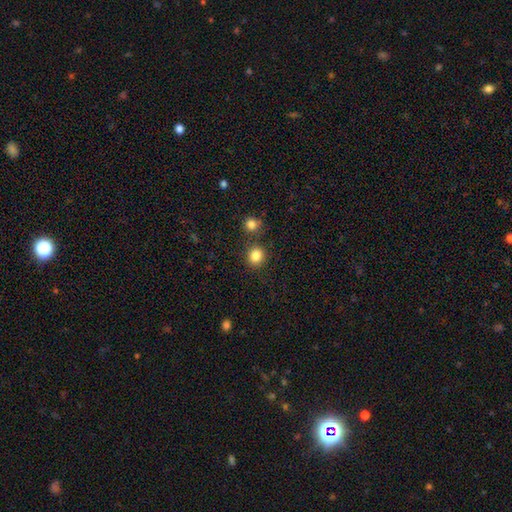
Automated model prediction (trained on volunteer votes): Overall: smooth (84%). How rounded: round (84%). Merging: none (81%).